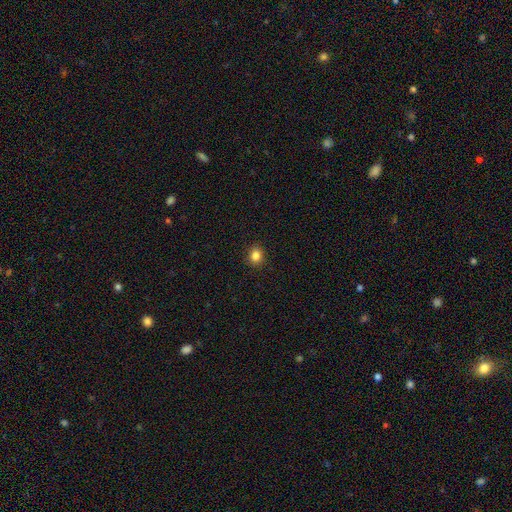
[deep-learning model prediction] The model was most divided on "how rounded": round: 61%, in between: 38%, cigar-shaped: 1%. More confident: merging — none (91%); smooth or featured — smooth (84%).